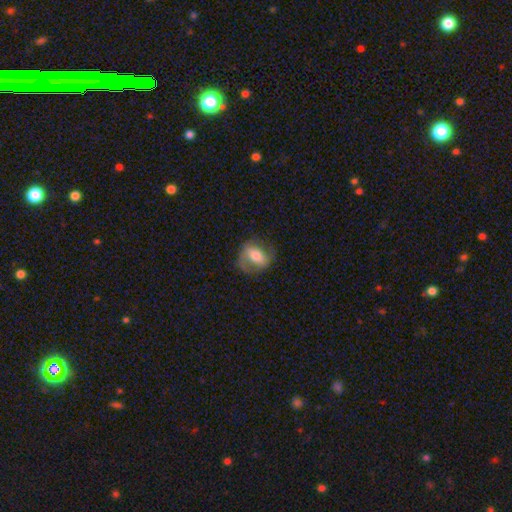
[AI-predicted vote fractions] Q: Smooth or featured?
A: featured or disk (48%); runner-up: smooth (45%)
Q: Merging?
A: none (64%); runner-up: minor disturbance (21%)